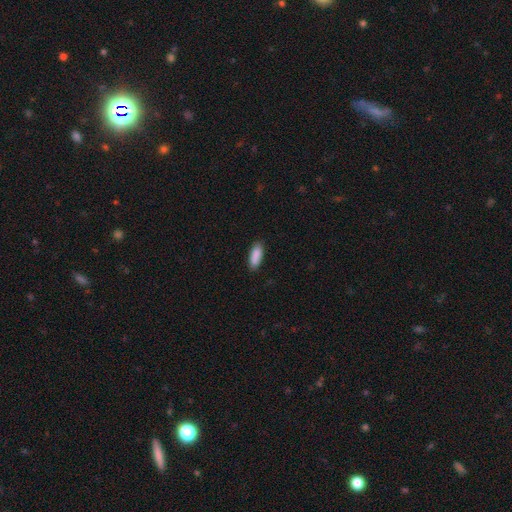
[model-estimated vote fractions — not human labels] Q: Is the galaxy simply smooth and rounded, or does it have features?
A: smooth — 89%.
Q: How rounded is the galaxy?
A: in between — 69%.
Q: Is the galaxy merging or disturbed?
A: none — 84%.